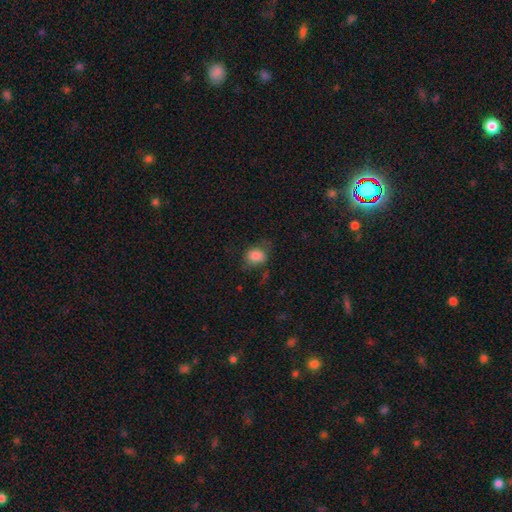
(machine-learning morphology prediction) The model was most divided on "how rounded": in between: 53%, round: 46%, cigar-shaped: 1%. More confident: smooth or featured — smooth (83%); merging — none (58%).